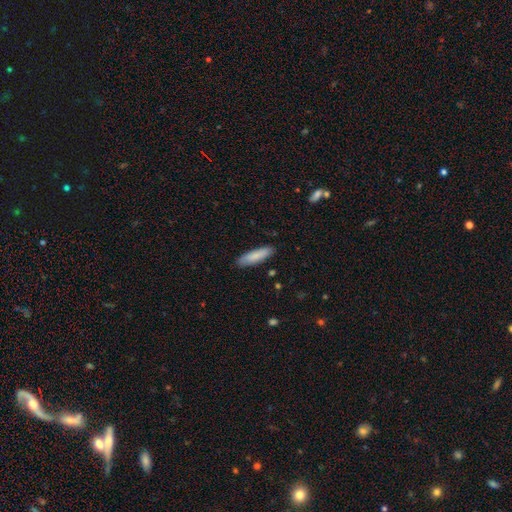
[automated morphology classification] This appears to be a smooth galaxy with no disk features (84%) that is cigar-shaped (68%). Merging: none (88%).